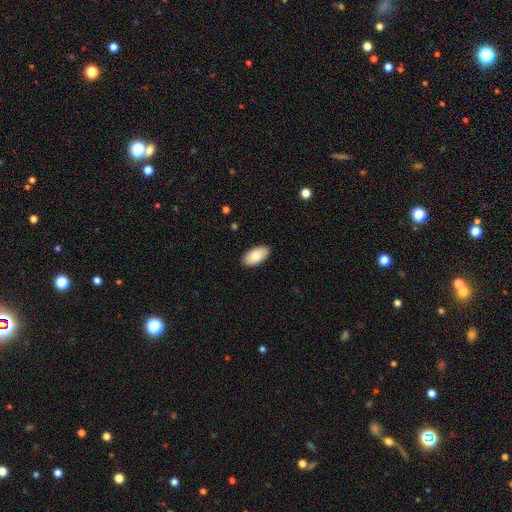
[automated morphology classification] A smooth galaxy with no disk features (83%) that is in between round and cigar-shaped (95%).

Vote fractions:
- Smooth or featured? smooth: 83% / featured or disk: 11% / star or artifact: 6%
- How rounded? in between: 95% / round: 3% / cigar-shaped: 2%
- Merging? none: 89% / minor disturbance: 8% / major disturbance: 2% / merger: 1%